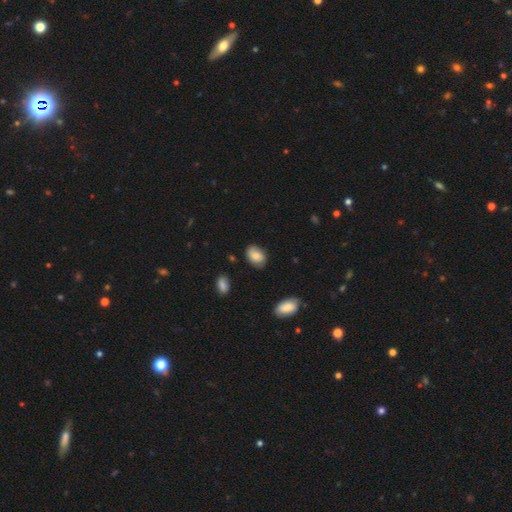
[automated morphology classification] type=smooth (79%); roundness=in between (83%); merging=none (77%).